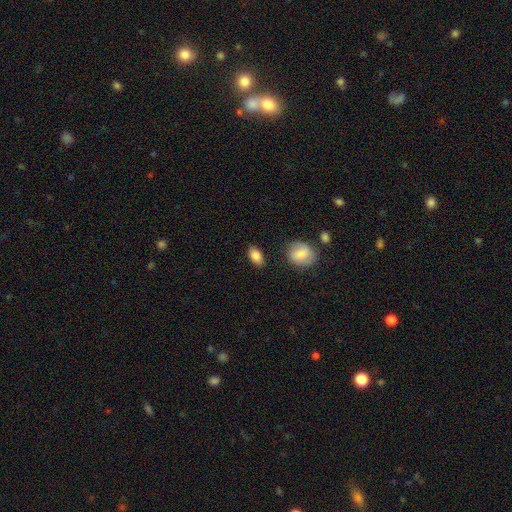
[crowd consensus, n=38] Smooth or featured: smooth — 92% (star or artifact — 5%)
How rounded: in between — 86% (round — 11%)
Merging: none — 89% (minor disturbance — 8%)